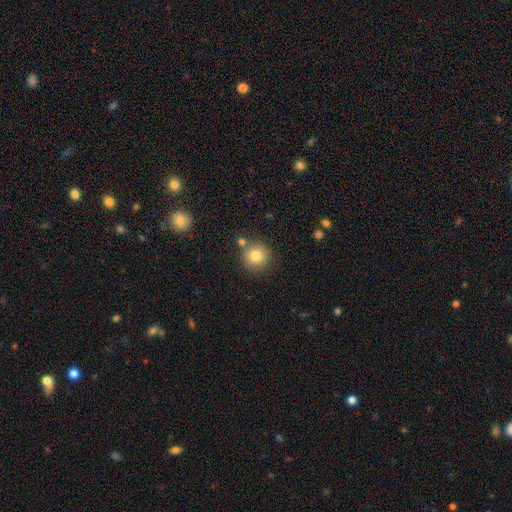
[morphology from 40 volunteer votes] A smooth galaxy with no disk features (85%) that is round (97%).

Vote fractions:
- Smooth or featured? smooth: 85% / featured or disk: 12% / star or artifact: 2%
- How rounded? round: 97% / in between: 3% / cigar-shaped: 0%
- Merging? none: 82% / merger: 18% / minor disturbance: 0% / major disturbance: 0%